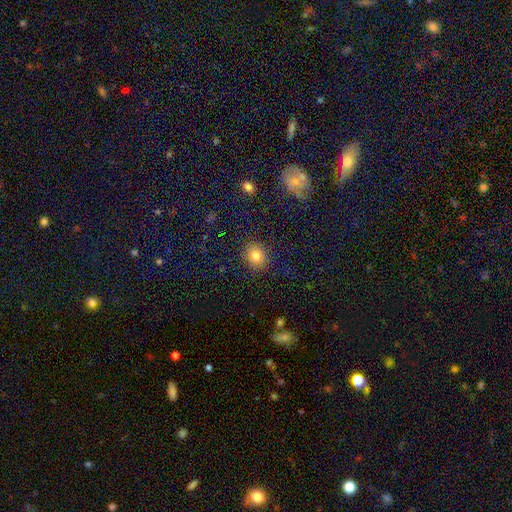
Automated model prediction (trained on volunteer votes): Morphology: type=smooth (81%); roundness=round (70%); merging=none (88%).